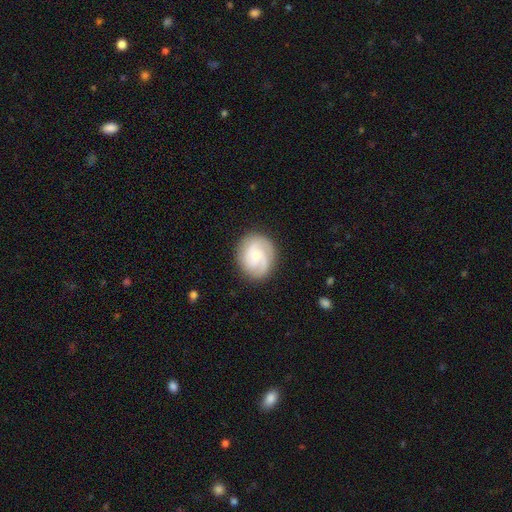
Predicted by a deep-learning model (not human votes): The model was most divided on "spiral winding" (2-way tie): tight: 44%, medium: 44%, loose: 12%. Remaining: edge-on disk — no (98%); spiral arms — yes (96%); merging — none (81%); smooth or featured — featured or disk (74%); bar — no (60%); bulge size — small (57%); spiral arm count — 2 (39%).